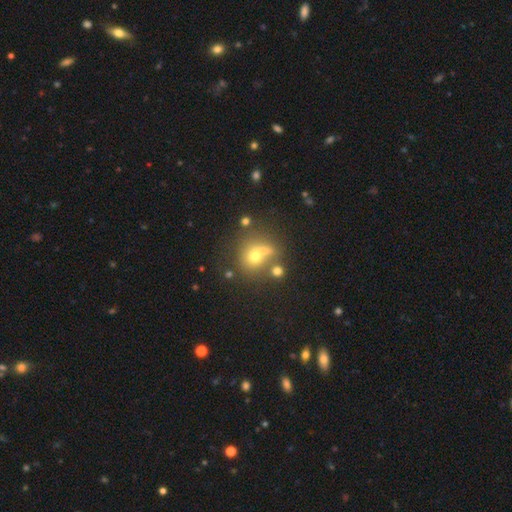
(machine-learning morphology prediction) smooth-or-featured: smooth: 62% | star or artifact: 19% | featured or disk: 19%
  how-rounded: round: 80% | in between: 19% | cigar-shaped: 1%
  merging: none: 47% | merger: 32% | minor disturbance: 12% | major disturbance: 9%